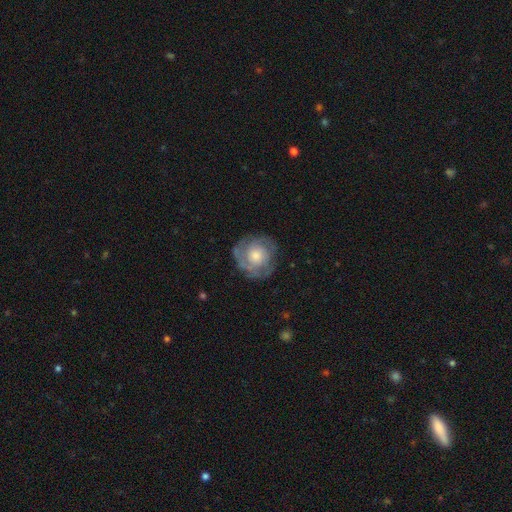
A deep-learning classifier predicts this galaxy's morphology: This appears to be a featured or disk galaxy (68%) with no bar (81%), tight (64%) spiral arms (85%) and a moderate central bulge (53%). Merging: none (77%).